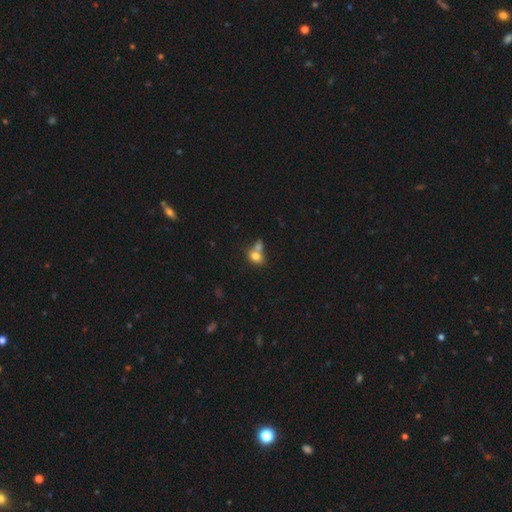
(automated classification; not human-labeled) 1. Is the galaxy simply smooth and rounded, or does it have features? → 77% smooth, 13% featured or disk, 10% star or artifact.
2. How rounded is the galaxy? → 52% in between, 46% round, 2% cigar-shaped.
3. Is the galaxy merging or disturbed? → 55% merger, 30% none, 10% minor disturbance, 5% major disturbance.